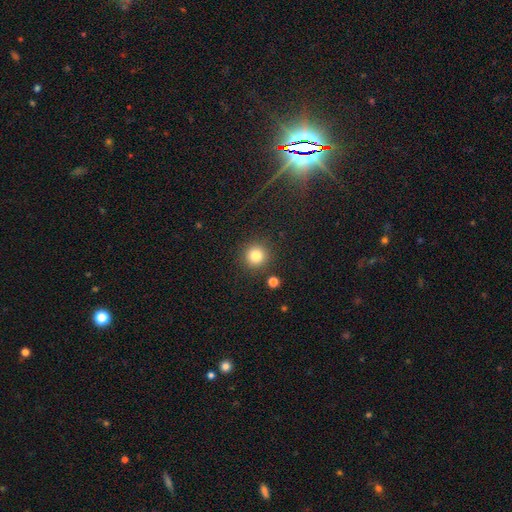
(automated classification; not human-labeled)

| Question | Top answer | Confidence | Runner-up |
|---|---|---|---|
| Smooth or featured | smooth | 82% | star or artifact (13%) |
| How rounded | round | 94% | in between (5%) |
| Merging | none | 88% | minor disturbance (6%) |